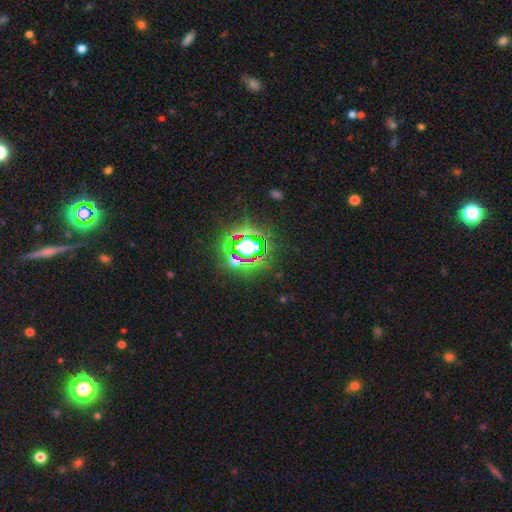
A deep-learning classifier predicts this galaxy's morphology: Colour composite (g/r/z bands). It shows a star or artifact, not a galaxy (73%).